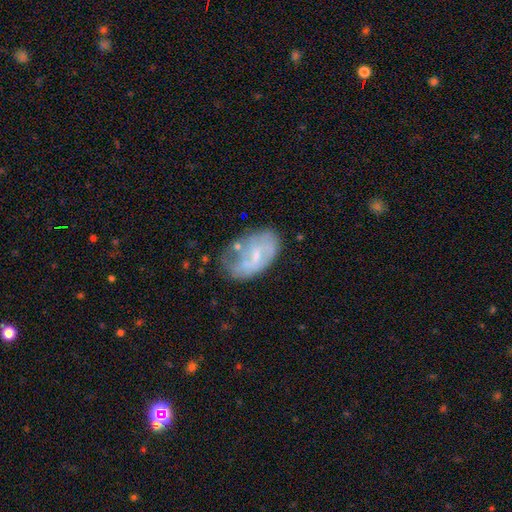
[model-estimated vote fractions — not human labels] Smooth or featured? featured or disk (59%)
Edge-on disk? no (96%)
Bar? weak (45%)
Spiral arms? yes (53%)
Bulge size? small (64%)
Merging? none (42%)